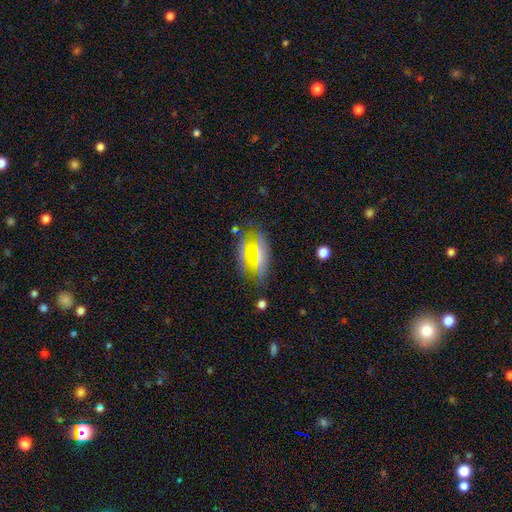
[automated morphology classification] smooth-or-featured: smooth: 58% | featured or disk: 23% | star or artifact: 20%
  how-rounded: in between: 79% | round: 15% | cigar-shaped: 5%
  merging: none: 74% | minor disturbance: 18% | major disturbance: 5% | merger: 2%